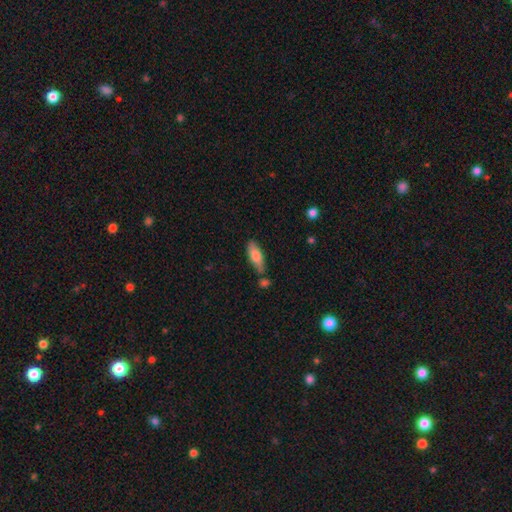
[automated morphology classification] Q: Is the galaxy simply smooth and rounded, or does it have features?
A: smooth — 79%.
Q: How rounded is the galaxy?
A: in between — 64%.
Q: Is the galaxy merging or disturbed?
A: none — 66%.